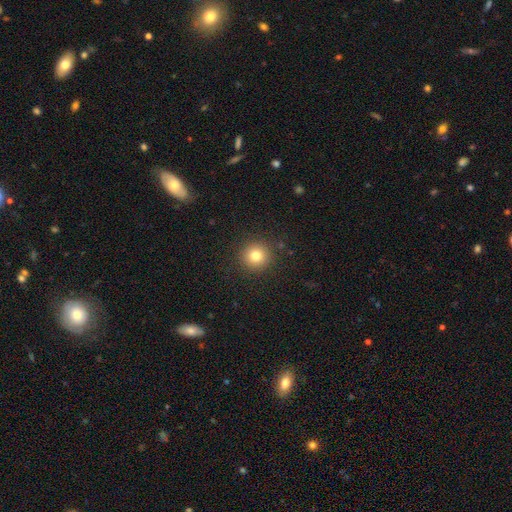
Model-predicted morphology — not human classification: This appears to be a smooth galaxy with no disk features (80%) that is round (94%). Merging: none (91%).